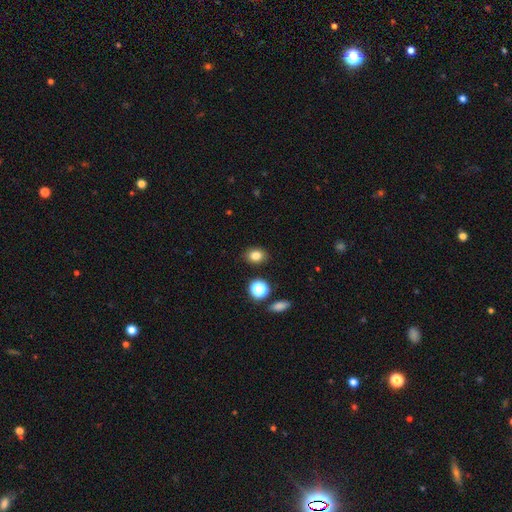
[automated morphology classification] Smooth or featured?
  - smooth: 80% *
  - star or artifact: 13%
  - featured or disk: 7%
How rounded?
  - in between: 53% *
  - round: 46%
  - cigar-shaped: 1%
Merging?
  - none: 86% *
  - minor disturbance: 9%
  - major disturbance: 3%
  - merger: 2%